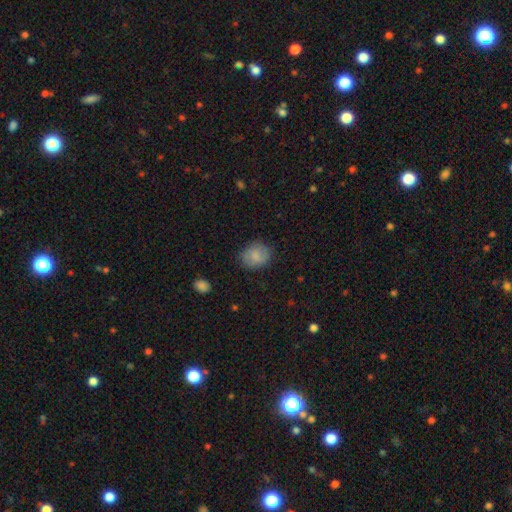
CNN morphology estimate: Smooth or featured: smooth — 82% (featured or disk — 10%)
How rounded: round — 57% (in between — 42%)
Merging: none — 78% (minor disturbance — 17%)